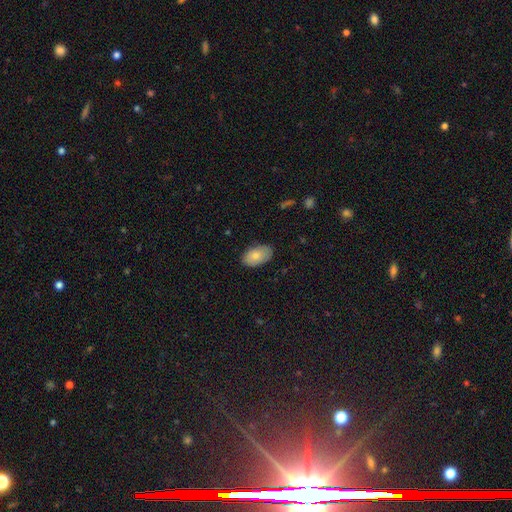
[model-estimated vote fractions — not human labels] Smooth or featured: smooth — 80% (featured or disk — 13%)
How rounded: in between — 93% (round — 5%)
Merging: none — 82% (minor disturbance — 15%)